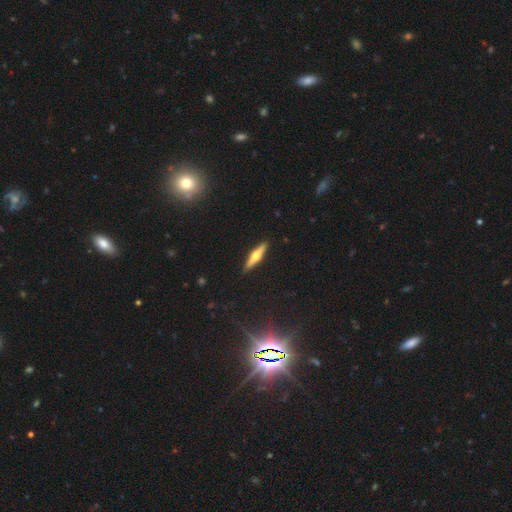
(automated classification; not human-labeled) Smooth or featured? featured or disk (60%)
Edge-on disk? yes (96%)
Edge-on bulge? rounded (92%)
Merging? none (91%)